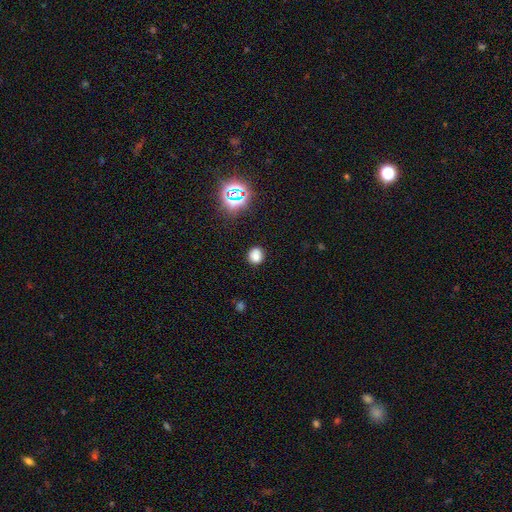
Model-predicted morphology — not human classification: A smooth galaxy with no disk features (76%) that is round (81%).

Vote fractions:
- Smooth or featured? smooth: 76% / star or artifact: 17% / featured or disk: 7%
- How rounded? round: 81% / in between: 18% / cigar-shaped: 1%
- Merging? none: 83% / minor disturbance: 12% / major disturbance: 3% / merger: 2%